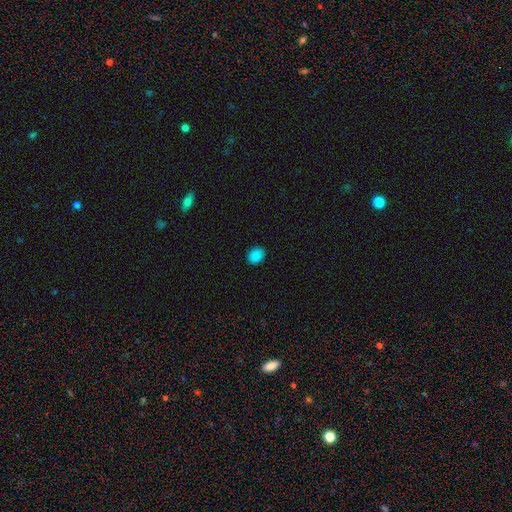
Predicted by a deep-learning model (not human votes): This is clearly a smooth galaxy (87%). How rounded: possibly in between (54%). Merging: clearly none (89%).